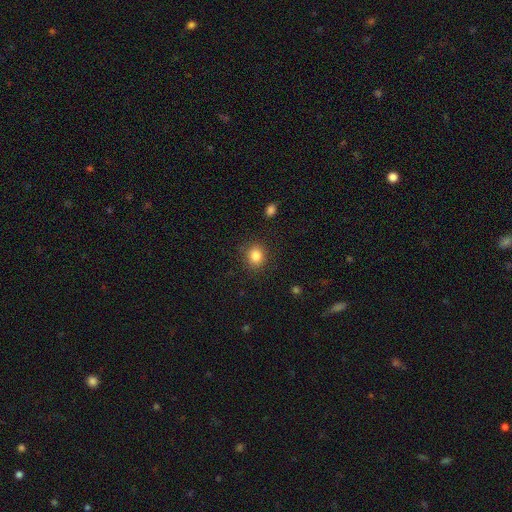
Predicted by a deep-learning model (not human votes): A smooth galaxy with no disk features (85%) that is round (76%). Merging: none (87%).